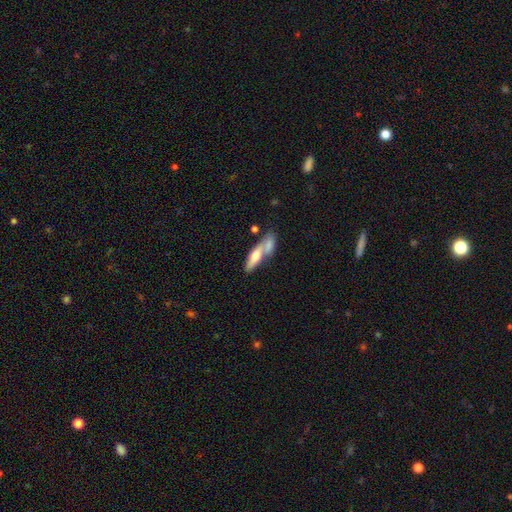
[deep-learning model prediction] Smooth or featured? Predicted: smooth (p=0.60). How rounded? Predicted: cigar-shaped (p=0.55). Merging? Predicted: merger (p=0.50).